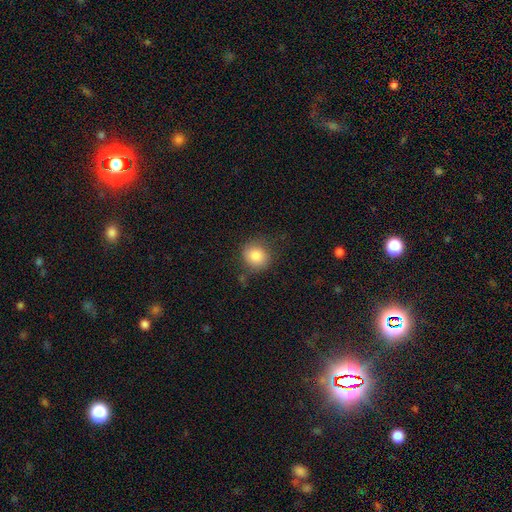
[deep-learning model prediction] Smooth or featured? Predicted: smooth (p=0.84). How rounded? Predicted: round (p=0.80). Merging? Predicted: none (p=0.78).